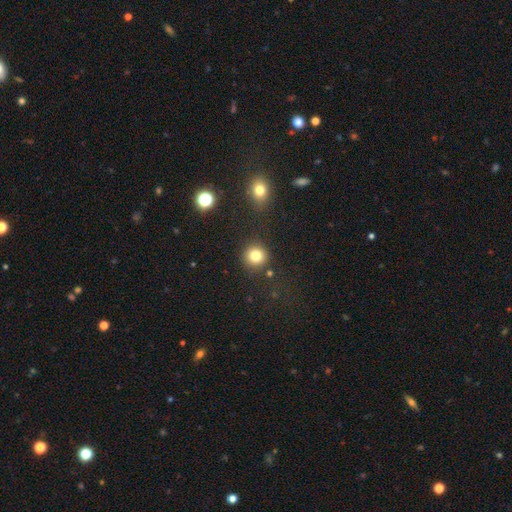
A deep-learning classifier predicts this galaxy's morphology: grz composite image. It shows a smooth galaxy with no disk features (81%) that is round (92%). Merging: none (85%).